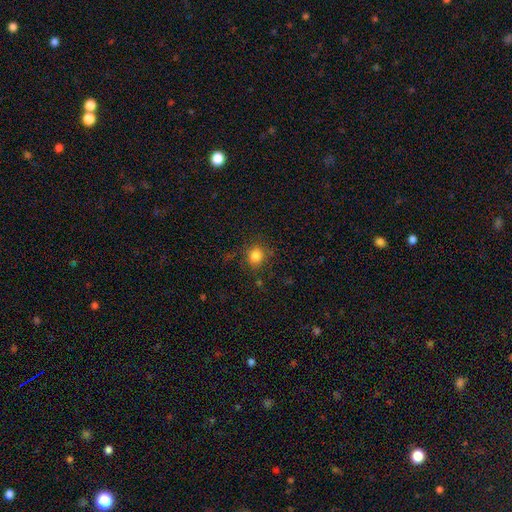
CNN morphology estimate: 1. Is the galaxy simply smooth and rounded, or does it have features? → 83% smooth, 12% star or artifact, 5% featured or disk.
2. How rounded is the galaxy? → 84% round, 15% in between, 1% cigar-shaped.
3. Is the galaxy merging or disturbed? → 82% none, 11% minor disturbance, 4% major disturbance, 2% merger.